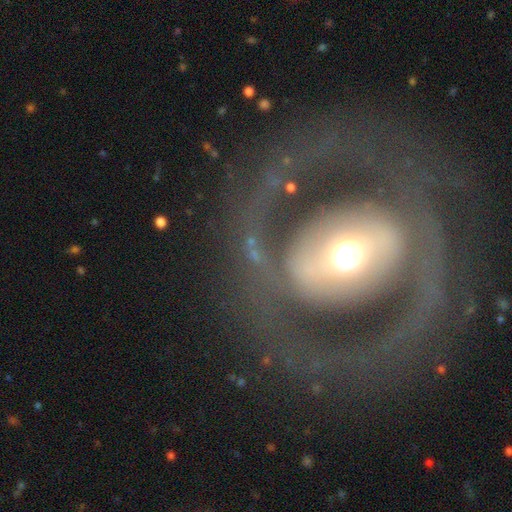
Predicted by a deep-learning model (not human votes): The model was most divided on "bar": strong: 39%, no: 36%, weak: 25%. More confident: edge-on disk — no (94%); merging — none (75%); smooth or featured — featured or disk (73%); bulge size — moderate (57%); spiral arms — no (57%).